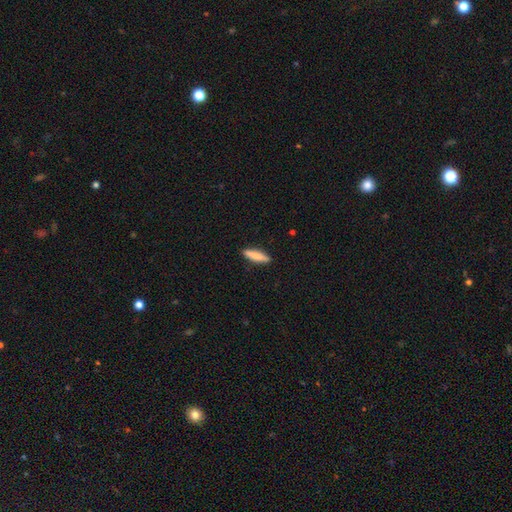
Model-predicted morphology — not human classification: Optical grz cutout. It shows a smooth galaxy with no disk features (82%) that is cigar-shaped (76%). Merging: none (89%).